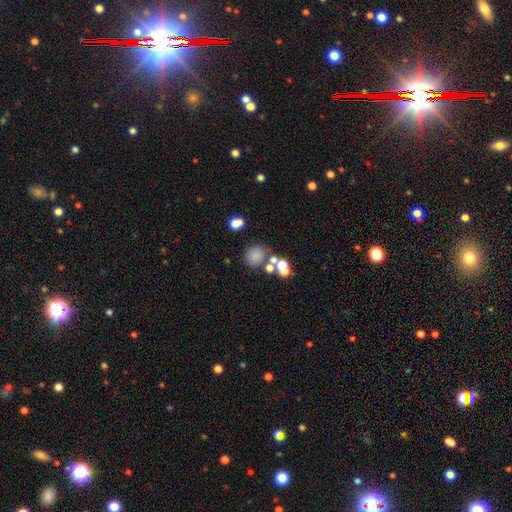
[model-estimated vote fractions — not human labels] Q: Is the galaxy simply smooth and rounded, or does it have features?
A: smooth — 73%.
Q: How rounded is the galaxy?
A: round — 85%.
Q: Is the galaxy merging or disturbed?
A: none — 61%.